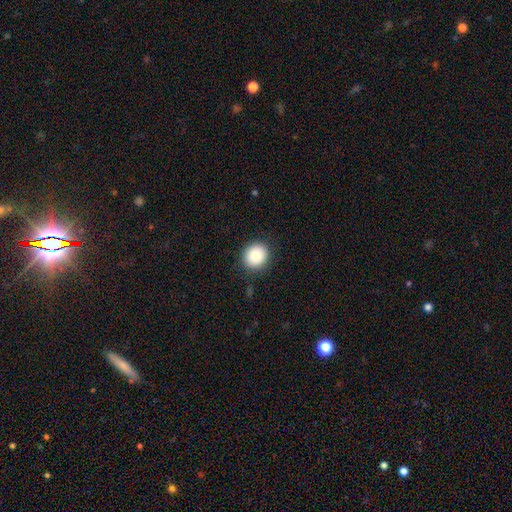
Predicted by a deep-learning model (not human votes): This is clearly a smooth galaxy (83%). How rounded: clearly round (88%). Merging: clearly none (90%).